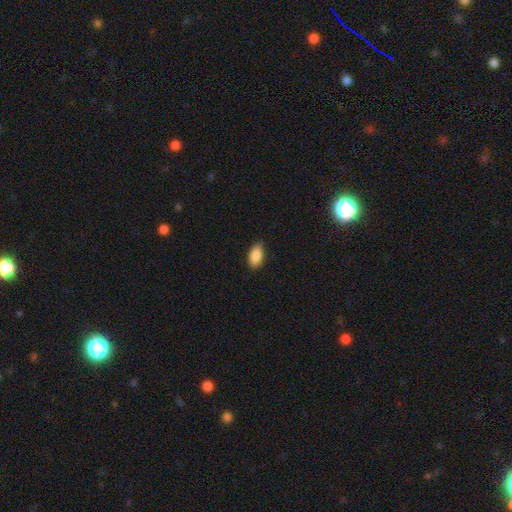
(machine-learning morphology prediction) Smooth or featured?
  - smooth: 86% *
  - star or artifact: 7%
  - featured or disk: 7%
How rounded?
  - in between: 92% *
  - round: 4%
  - cigar-shaped: 4%
Merging?
  - none: 80% *
  - minor disturbance: 17%
  - major disturbance: 2%
  - merger: 1%